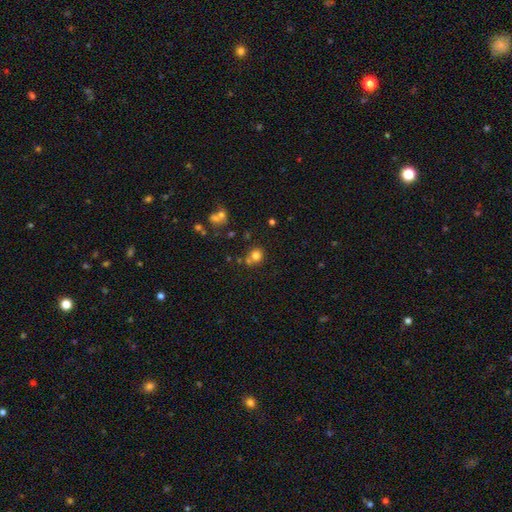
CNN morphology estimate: This appears to be a smooth galaxy with no disk features (76%) that is round (87%). Merging: none (64%).